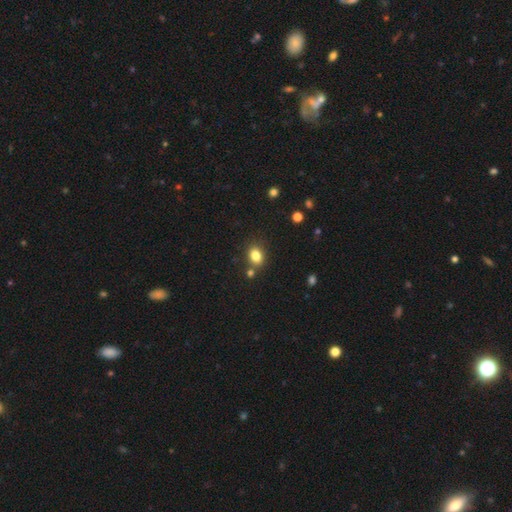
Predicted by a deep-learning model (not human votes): This appears to be a smooth galaxy with no disk features (83%) that is in between round and cigar-shaped (57%). Merging: none (75%).